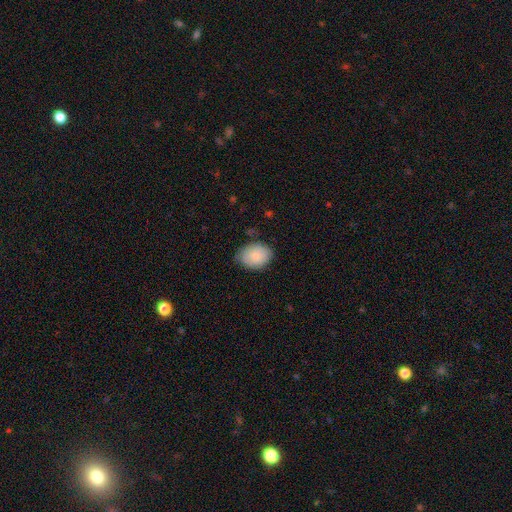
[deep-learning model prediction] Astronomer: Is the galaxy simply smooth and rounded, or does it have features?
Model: smooth — 83%.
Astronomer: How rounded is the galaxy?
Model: in between — 68%.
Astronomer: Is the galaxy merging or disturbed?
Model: none — 74%.